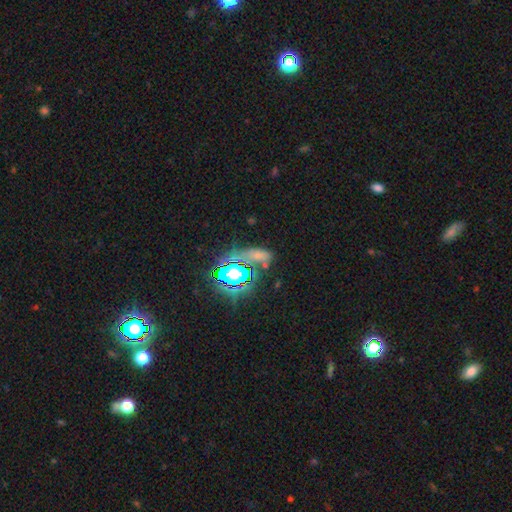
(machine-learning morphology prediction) A star or artifact, not a galaxy (44%).